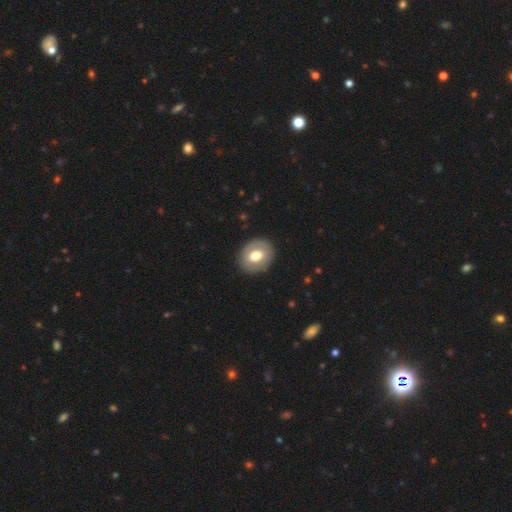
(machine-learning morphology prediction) The model was most divided on "how rounded": round: 52%, in between: 47%, cigar-shaped: 1%. More confident: merging — none (86%); smooth or featured — smooth (58%).